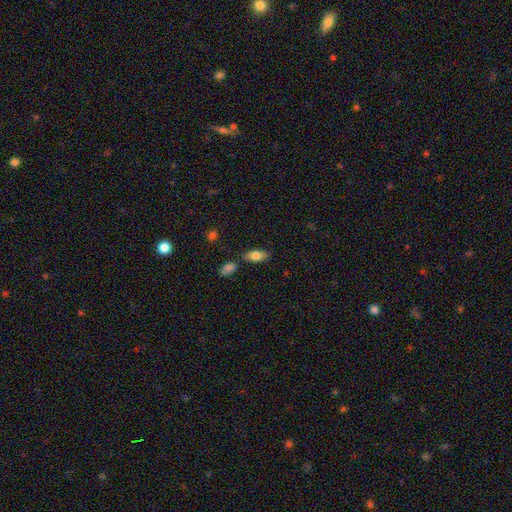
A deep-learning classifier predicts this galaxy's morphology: Q: Smooth or featured?
A: smooth (77%); runner-up: featured or disk (16%)
Q: How rounded?
A: in between (85%); runner-up: cigar-shaped (12%)
Q: Merging?
A: none (76%); runner-up: minor disturbance (12%)